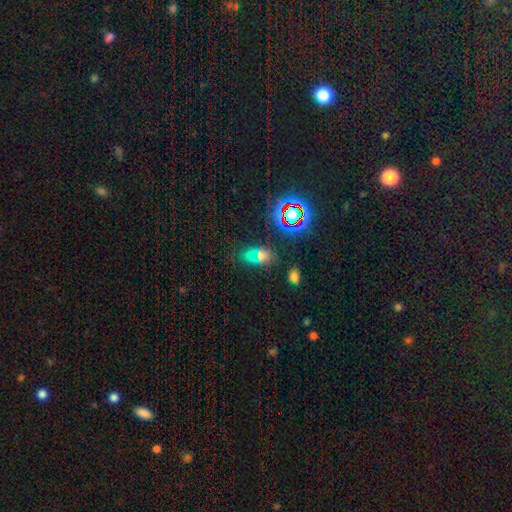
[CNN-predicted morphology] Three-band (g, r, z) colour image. It shows a smooth galaxy with no disk features (56%) that is in between round and cigar-shaped (80%). Merging: none (73%).